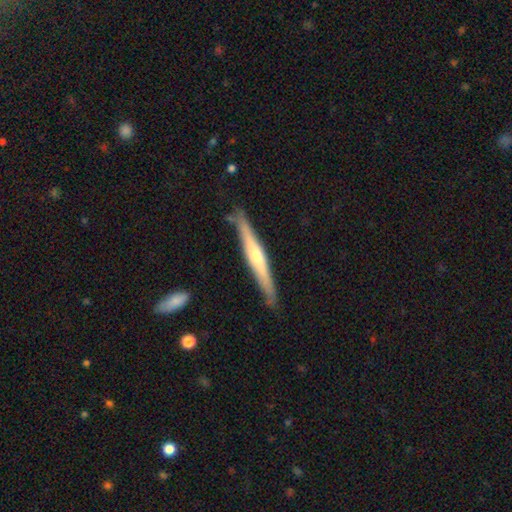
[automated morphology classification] smooth_or_featured: featured or disk (p=0.66) [alt: smooth p=0.29]
disk_edge_on: yes (p=0.96) [alt: no p=0.04]
edge_on_bulge: rounded (p=0.81) [alt: none p=0.14]
merging: none (p=0.84) [alt: minor disturbance p=0.12]